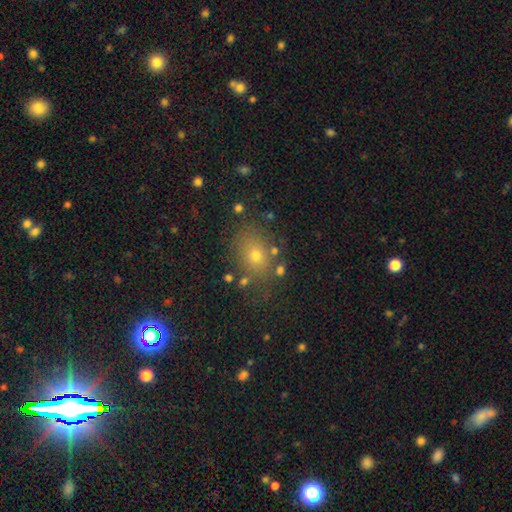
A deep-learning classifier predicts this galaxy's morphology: This is likely a smooth galaxy (66%). How rounded: possibly in between (55%). Merging: likely none (77%).